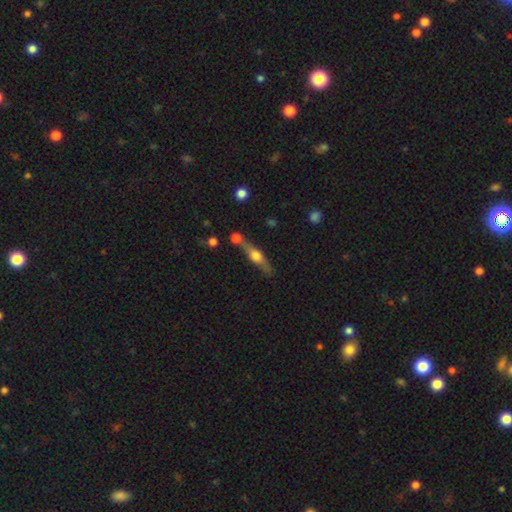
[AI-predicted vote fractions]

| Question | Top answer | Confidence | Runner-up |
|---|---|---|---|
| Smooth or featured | featured or disk | 61% | smooth (31%) |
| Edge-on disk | yes | 92% | no (8%) |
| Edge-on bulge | rounded | 92% | boxy (5%) |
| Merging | none | 62% | merger (20%) |